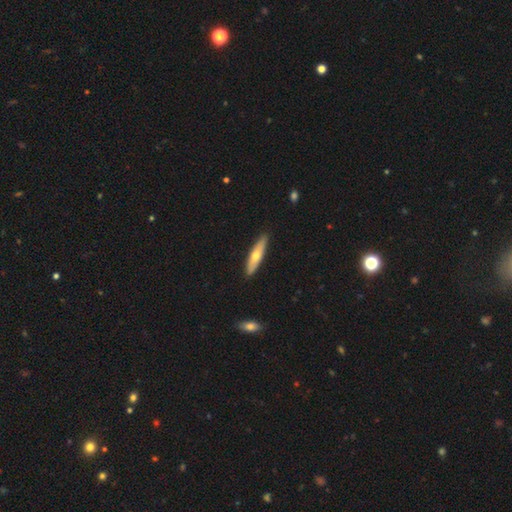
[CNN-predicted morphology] The model was most divided on "smooth or featured": smooth: 56%, featured or disk: 39%, star or artifact: 5%. More confident: merging — none (90%); how rounded — cigar-shaped (77%).